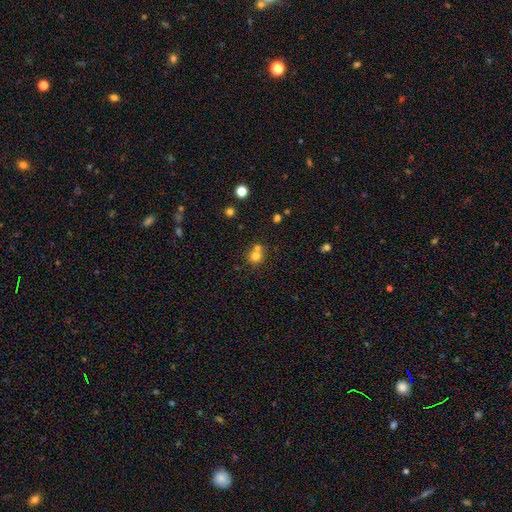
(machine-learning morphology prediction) Smooth or featured? Predicted: smooth (p=0.74). How rounded? Predicted: round (p=0.86). Merging? Predicted: none (p=0.50).